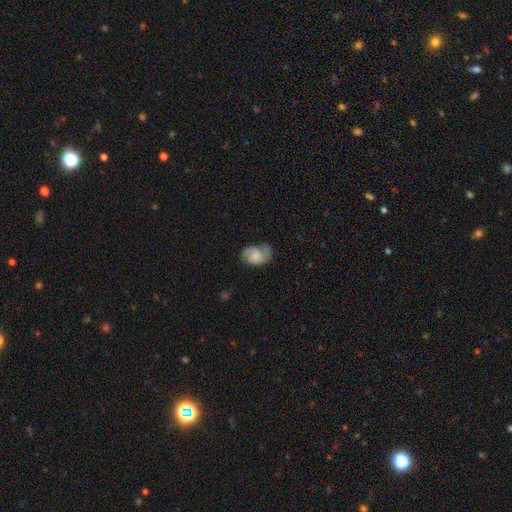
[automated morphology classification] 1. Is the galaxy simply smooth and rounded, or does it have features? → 48% featured or disk, 44% smooth, 8% star or artifact.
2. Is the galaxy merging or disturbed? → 54% none, 29% minor disturbance, 15% major disturbance, 2% merger.